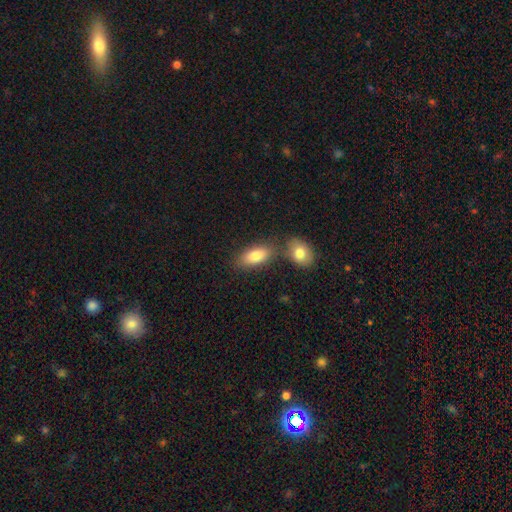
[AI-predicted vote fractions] This appears to be a smooth galaxy with no disk features (83%) that is in between round and cigar-shaped (88%). Merging: none (60%).